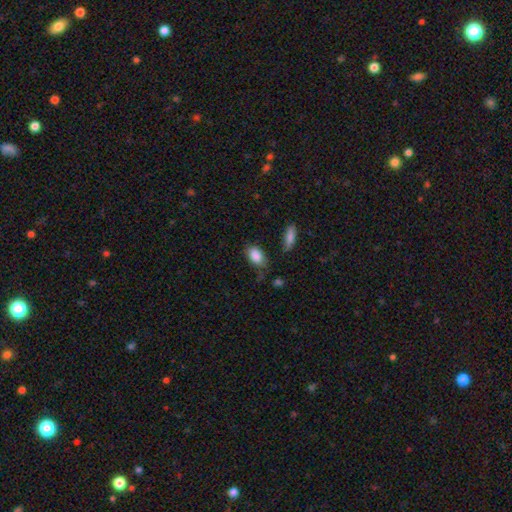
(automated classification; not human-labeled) smooth-or-featured: smooth: 87% | star or artifact: 8% | featured or disk: 6%
  how-rounded: in between: 89% | round: 8% | cigar-shaped: 2%
  merging: none: 64% | minor disturbance: 25% | major disturbance: 7% | merger: 4%